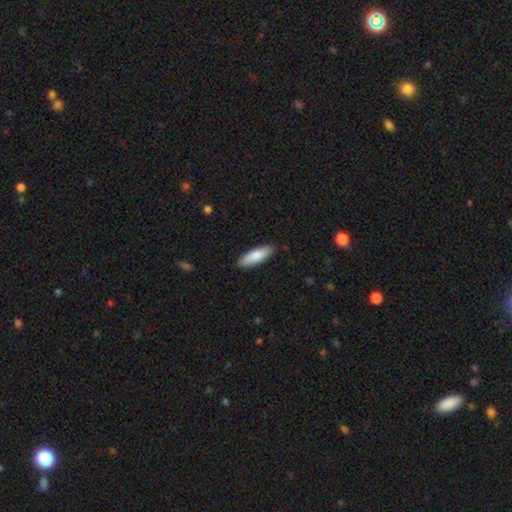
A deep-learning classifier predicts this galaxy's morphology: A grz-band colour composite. It shows a smooth galaxy with no disk features (85%) that is in between round and cigar-shaped (53%). Merging: none (88%).